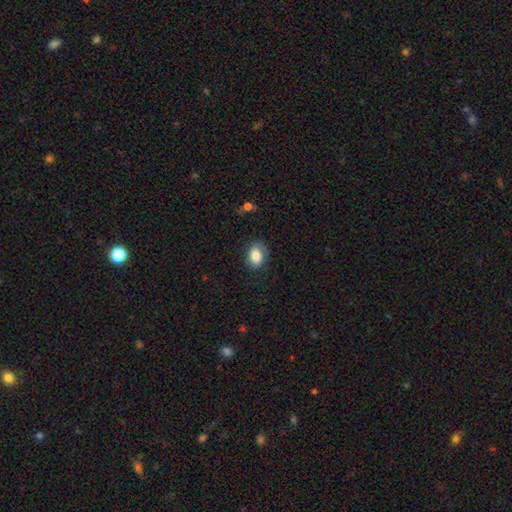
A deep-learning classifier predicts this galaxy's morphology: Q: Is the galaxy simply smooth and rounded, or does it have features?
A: smooth — 75%.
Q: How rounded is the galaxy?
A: in between — 73%.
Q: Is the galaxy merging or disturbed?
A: none — 73%.